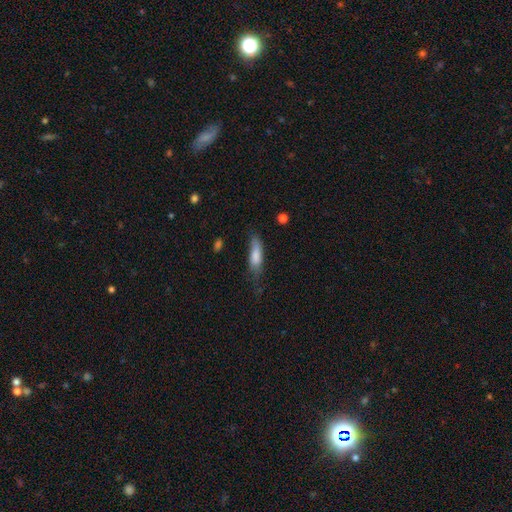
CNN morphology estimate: smooth_or_featured: smooth (p=0.79) [alt: featured or disk p=0.15]
how_rounded: cigar-shaped (p=0.53) [alt: in between p=0.45]
merging: none (p=0.46) [alt: minor disturbance p=0.35]